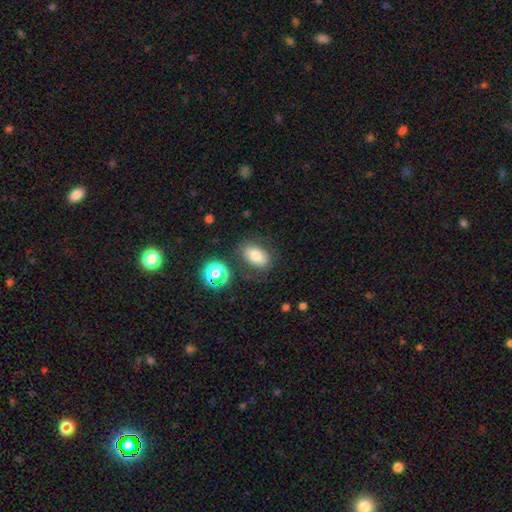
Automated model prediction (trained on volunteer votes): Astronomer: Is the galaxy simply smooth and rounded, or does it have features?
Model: smooth — 76%.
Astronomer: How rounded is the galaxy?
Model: in between — 84%.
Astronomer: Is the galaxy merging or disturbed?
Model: none — 79%.